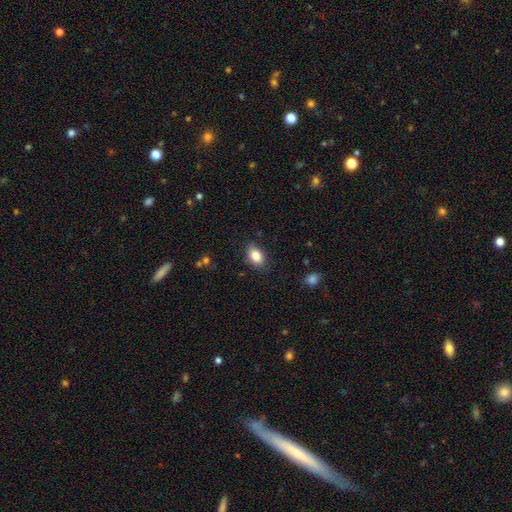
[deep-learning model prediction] smooth-or-featured: smooth: 86% | star or artifact: 8% | featured or disk: 6%
  how-rounded: in between: 87% | round: 11% | cigar-shaped: 1%
  merging: none: 85% | minor disturbance: 12% | major disturbance: 3% | merger: 1%